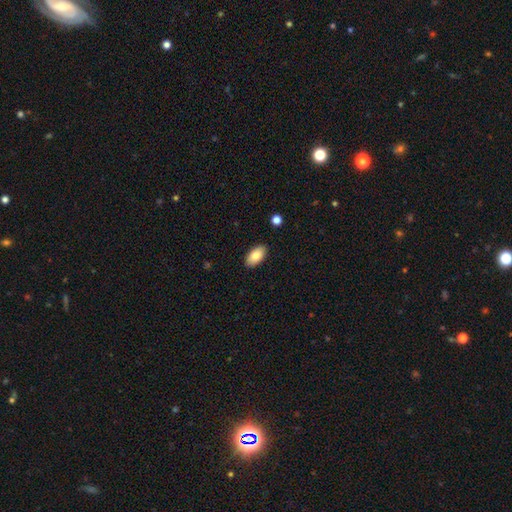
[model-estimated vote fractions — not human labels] Smooth or featured? Predicted: smooth (p=0.85). How rounded? Predicted: in between (p=0.95). Merging? Predicted: none (p=0.89).